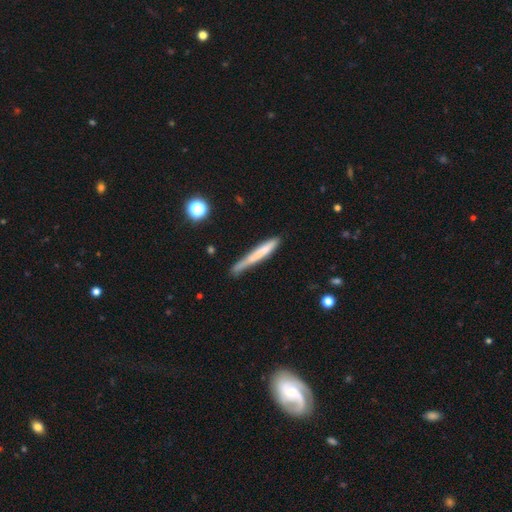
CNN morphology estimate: A smooth galaxy with no disk features (65%) that is cigar-shaped (95%). Merging: none (57%).